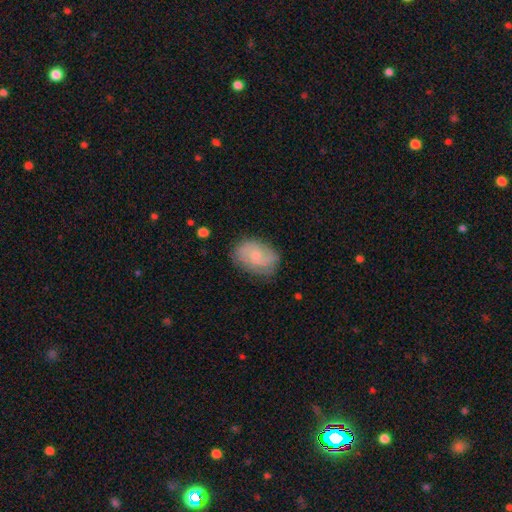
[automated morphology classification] Overall: featured or disk (51%; smooth 42%). Edge-on disk: no (97%). Merging: none (72%).